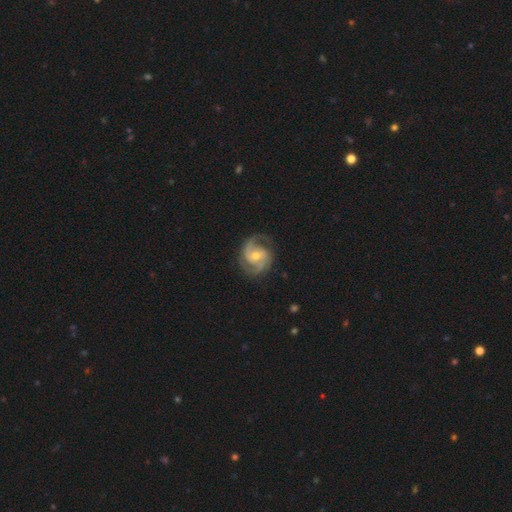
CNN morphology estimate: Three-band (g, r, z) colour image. It shows a featured or disk galaxy (90%) with no bar (53%), 2 (63%) medium (53%) spiral arms (98%) and a moderate central bulge (59%). Merging: none (76%).